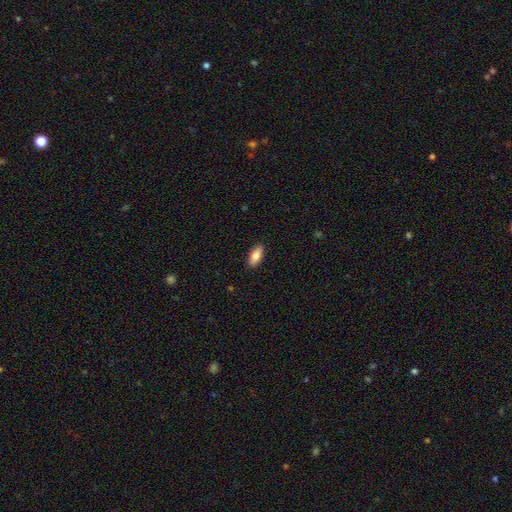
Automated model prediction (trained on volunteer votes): smooth-or-featured: smooth: 83% | featured or disk: 10% | star or artifact: 6%
  how-rounded: in between: 85% | cigar-shaped: 13% | round: 2%
  merging: none: 90% | minor disturbance: 8% | major disturbance: 2% | merger: 1%